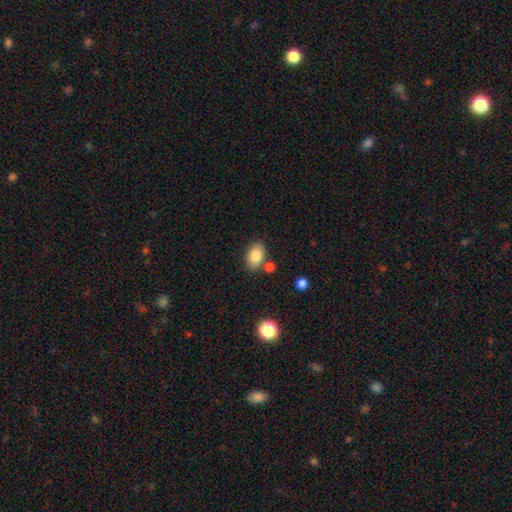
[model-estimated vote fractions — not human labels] Smooth or featured? smooth (83%)
How rounded? in between (82%)
Merging? none (75%)